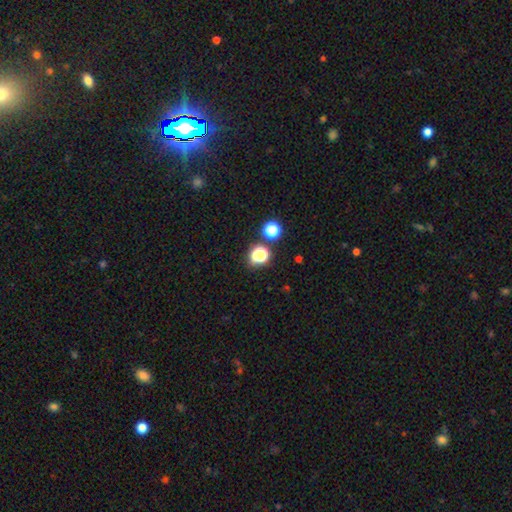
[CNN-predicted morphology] smooth-or-featured: smooth: 63% | star or artifact: 30% | featured or disk: 7%
  how-rounded: round: 77% | in between: 22% | cigar-shaped: 1%
  merging: none: 70% | minor disturbance: 12% | merger: 12% | major disturbance: 6%